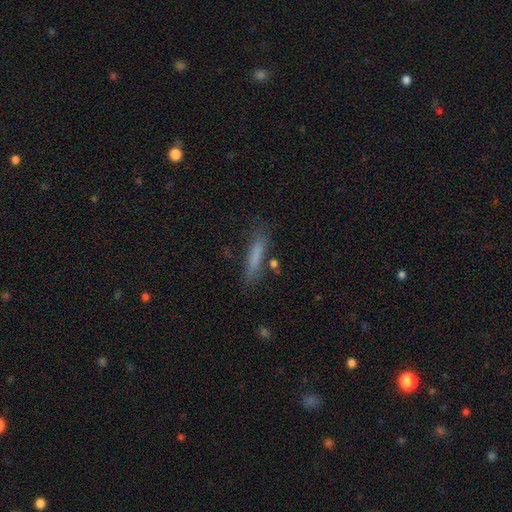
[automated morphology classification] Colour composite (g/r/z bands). It shows a smooth galaxy with no disk features (75%) that is cigar-shaped (85%). Merging: none (77%).